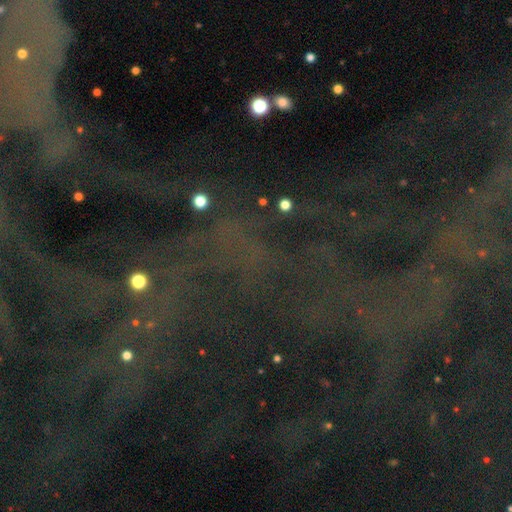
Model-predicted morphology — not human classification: smooth-or-featured: star or artifact: 77% | smooth: 12% | featured or disk: 11%